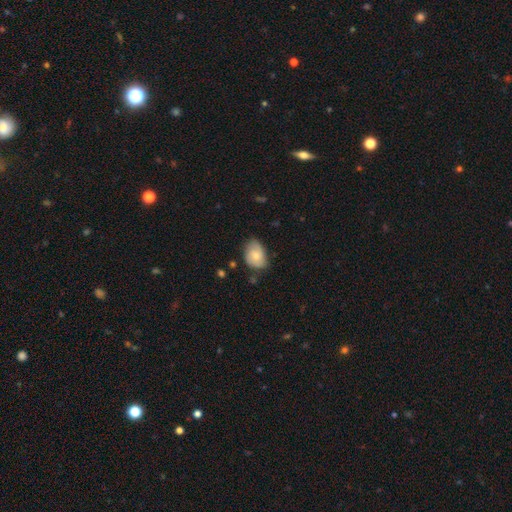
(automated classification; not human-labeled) A smooth galaxy with no disk features (64%) that is in between round and cigar-shaped (71%). Merging: none (60%).